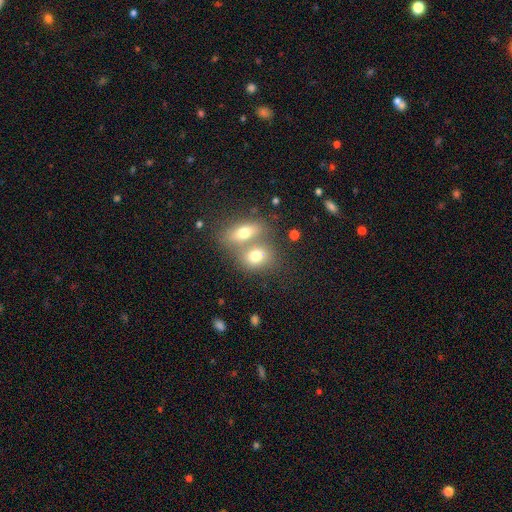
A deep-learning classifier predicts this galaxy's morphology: smooth_or_featured: smooth (p=0.74) [alt: featured or disk p=0.17]
how_rounded: in between (p=0.62) [alt: round p=0.34]
merging: merger (p=0.55) [alt: none p=0.33]